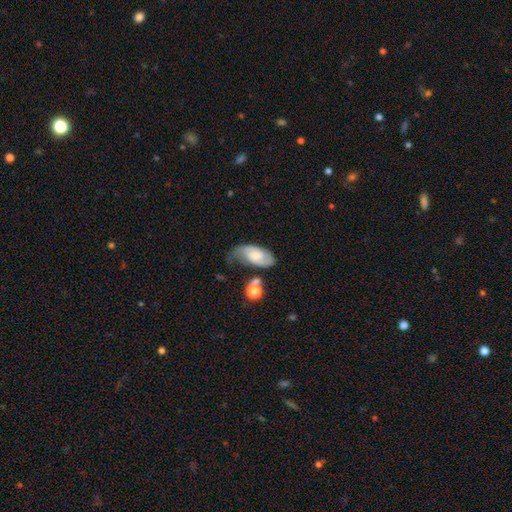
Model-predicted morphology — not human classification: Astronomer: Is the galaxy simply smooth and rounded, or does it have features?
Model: featured or disk — 56% (runner-up: smooth, 37%).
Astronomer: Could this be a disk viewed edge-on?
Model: no — 94%.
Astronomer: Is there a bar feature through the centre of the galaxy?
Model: no — 64%.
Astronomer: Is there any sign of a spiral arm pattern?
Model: yes — 88%.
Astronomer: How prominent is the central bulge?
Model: moderate — 41% (runner-up: small, 40%).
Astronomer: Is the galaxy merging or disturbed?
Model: none — 44% (runner-up: minor disturbance, 32%).